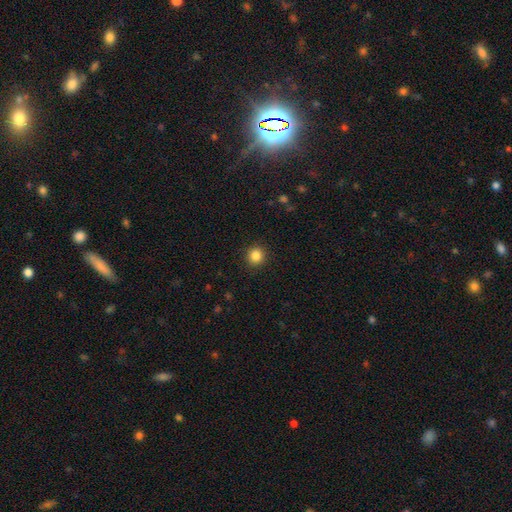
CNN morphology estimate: smooth-or-featured: smooth: 85% | star or artifact: 11% | featured or disk: 4%
  how-rounded: round: 92% | in between: 7% | cigar-shaped: 1%
  merging: none: 92% | minor disturbance: 5% | major disturbance: 2% | merger: 1%